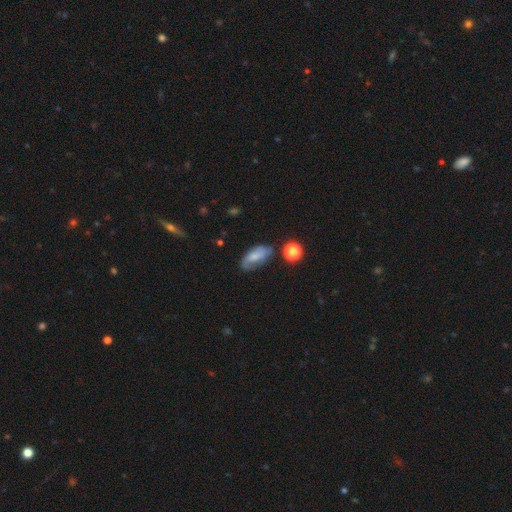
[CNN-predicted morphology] smooth_or_featured: smooth (p=0.61) [alt: featured or disk p=0.30]
how_rounded: in between (p=0.86) [alt: cigar-shaped p=0.09]
merging: none (p=0.60) [alt: minor disturbance p=0.27]